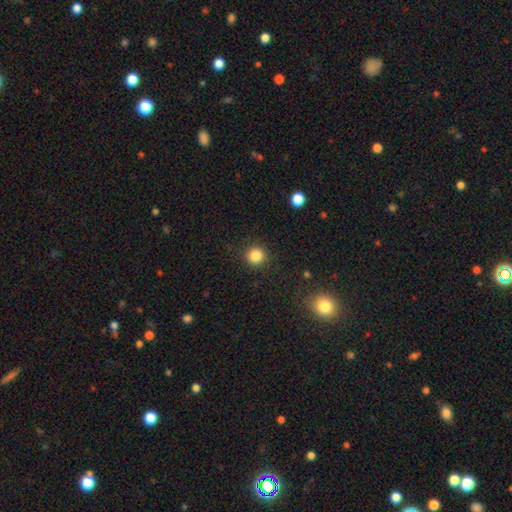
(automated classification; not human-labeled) Q: Smooth or featured?
A: smooth (84%); runner-up: star or artifact (12%)
Q: How rounded?
A: round (93%); runner-up: in between (6%)
Q: Merging?
A: none (90%); runner-up: minor disturbance (6%)